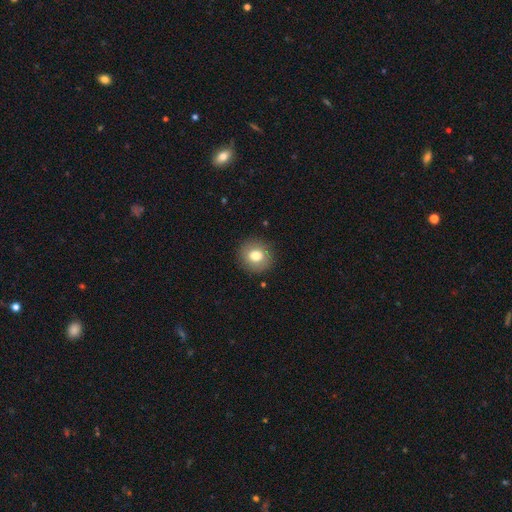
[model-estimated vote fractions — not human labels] smooth 77%, featured or disk 14%, star or artifact 9%. Down the decision tree: how rounded — round (88%); merging — none (90%).